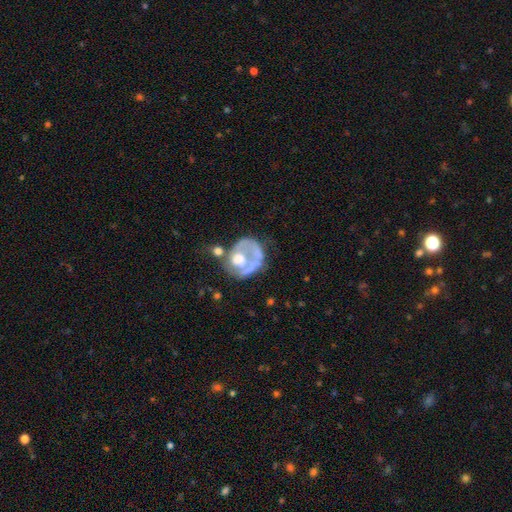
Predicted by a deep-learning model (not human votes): Smooth or featured?
  - featured or disk: 58% *
  - smooth: 33%
  - star or artifact: 8%
Edge-on disk?
  - no: 97% *
  - yes: 3%
Bar?
  - no: 88% *
  - weak: 9%
  - strong: 3%
Spiral arms?
  - no: 76% *
  - yes: 24%
Bulge size?
  - moderate: 46% *
  - large: 25%
  - none: 16%
  - small: 10%
  - dominant: 4%
Merging?
  - none: 32% *
  - major disturbance: 30%
  - merger: 19%
  - minor disturbance: 19%